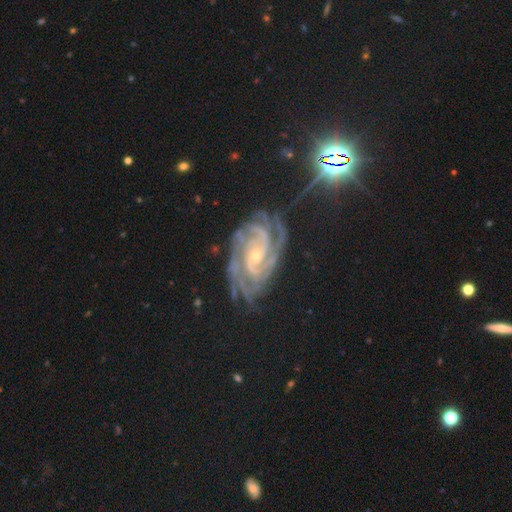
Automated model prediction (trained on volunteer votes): Overall: featured or disk (90%). Edge-on disk: no (97%). Bar: no (62%; weak 27%). Spiral arms: yes (98%). Spiral arm count: 2 (24%; 3 22%). Spiral winding: tight (70%). Bulge size: small (76%). Merging: none (70%).